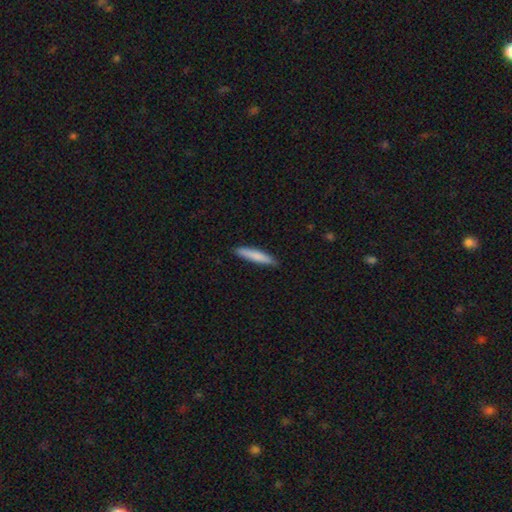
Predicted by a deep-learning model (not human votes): smooth 79%, featured or disk 15%, star or artifact 5%. Down the decision tree: how rounded — cigar-shaped (90%); merging — none (89%).